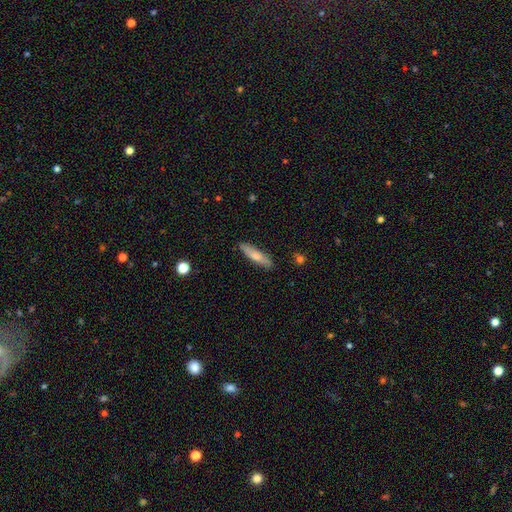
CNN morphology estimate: smooth 68%, featured or disk 27%, star or artifact 6%. Down the decision tree: how rounded — cigar-shaped (77%); merging — none (85%).